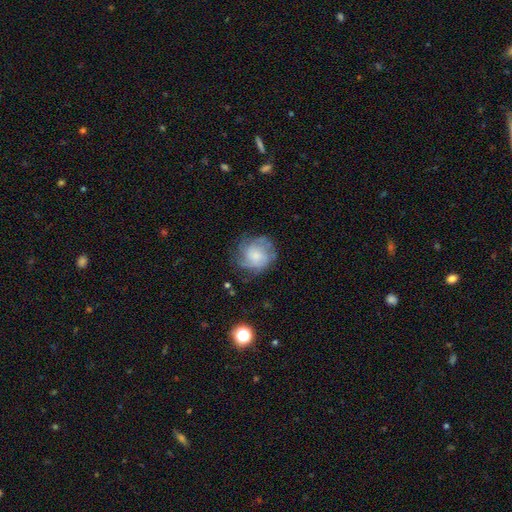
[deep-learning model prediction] A featured or disk galaxy (51%) with no bar (78%), spiral arms (79%) and a moderate central bulge (38%). Merging: none (66%).